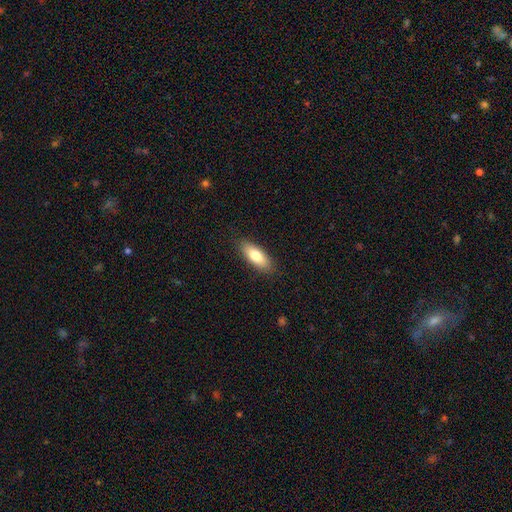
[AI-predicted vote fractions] This is likely a smooth galaxy (80%). How rounded: likely in between (72%). Merging: clearly none (87%).